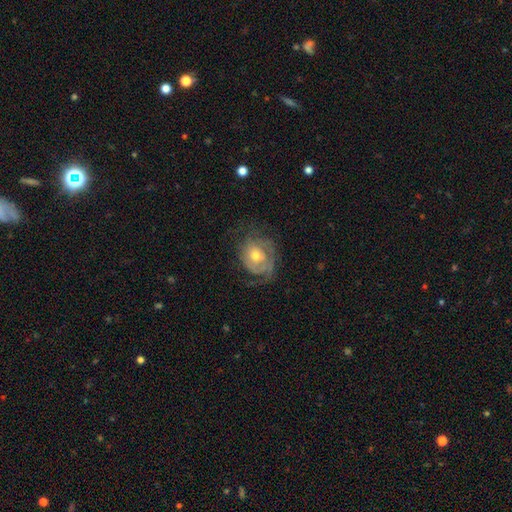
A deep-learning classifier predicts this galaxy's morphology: Q: Smooth or featured?
A: featured or disk (71%); runner-up: smooth (22%)
Q: Edge-on disk?
A: no (97%); runner-up: yes (3%)
Q: Bar?
A: no (76%); runner-up: weak (20%)
Q: Spiral arms?
A: yes (83%); runner-up: no (17%)
Q: Spiral winding?
A: tight (58%); runner-up: medium (29%)
Q: Spiral arm count?
A: can't tell (41%); runner-up: 2 (23%)
Q: Bulge size?
A: moderate (63%); runner-up: small (30%)
Q: Merging?
A: none (57%); runner-up: minor disturbance (23%)